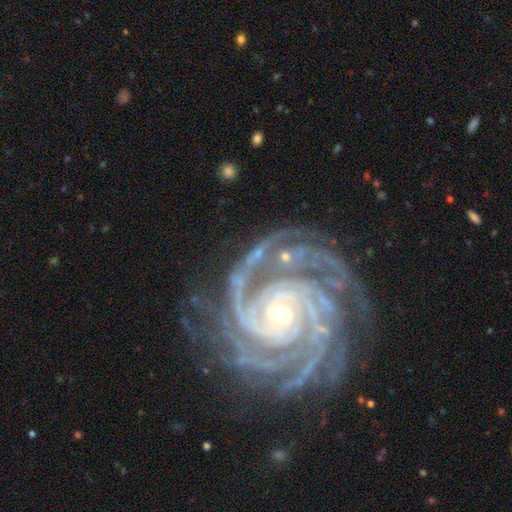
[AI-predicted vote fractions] Smooth or featured? featured or disk (91%)
Edge-on disk? no (98%)
Bar? no (52%)
Spiral arms? yes (98%)
Spiral winding? tight (71%)
Spiral arm count? 3 (23%)
Bulge size? small (50%)
Merging? none (59%)